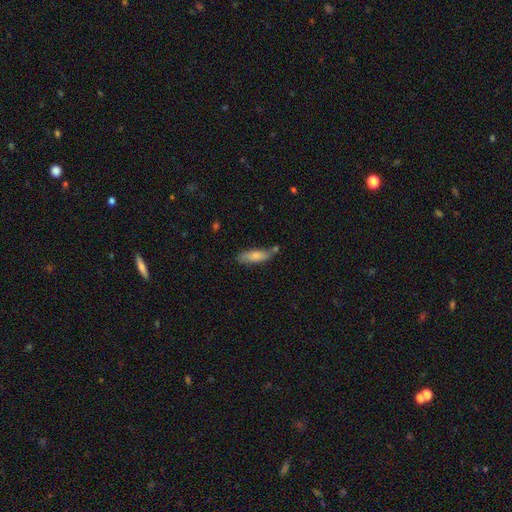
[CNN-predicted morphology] This appears to be a smooth galaxy with no disk features (75%) that is cigar-shaped (51%). Merging: none (60%).